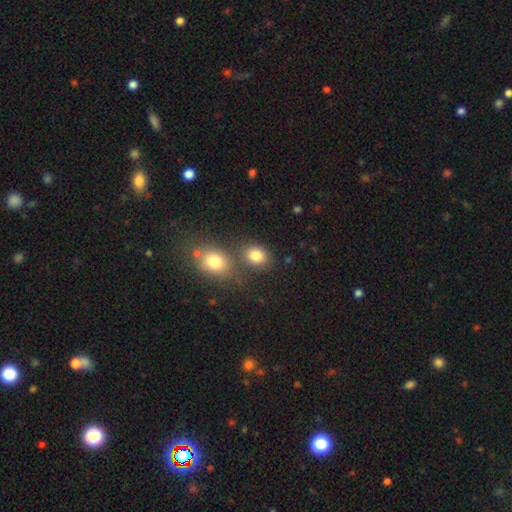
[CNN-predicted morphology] Smooth or featured? Predicted: smooth (p=0.81). How rounded? Predicted: in between (p=0.50). Merging? Predicted: none (p=0.62).